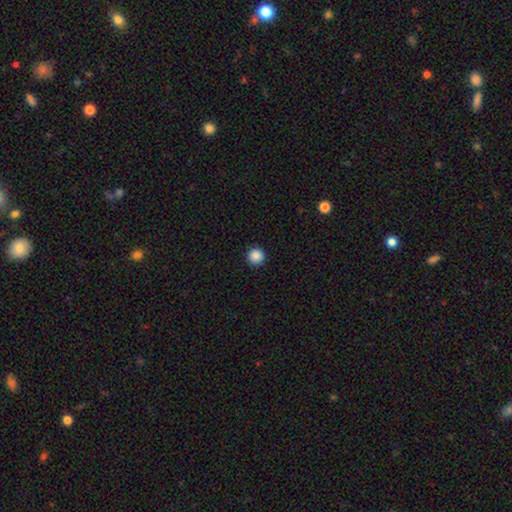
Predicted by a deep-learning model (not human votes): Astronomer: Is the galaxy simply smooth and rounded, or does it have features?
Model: smooth — 88%.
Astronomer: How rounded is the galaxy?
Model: round — 96%.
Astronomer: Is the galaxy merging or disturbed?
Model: none — 92%.